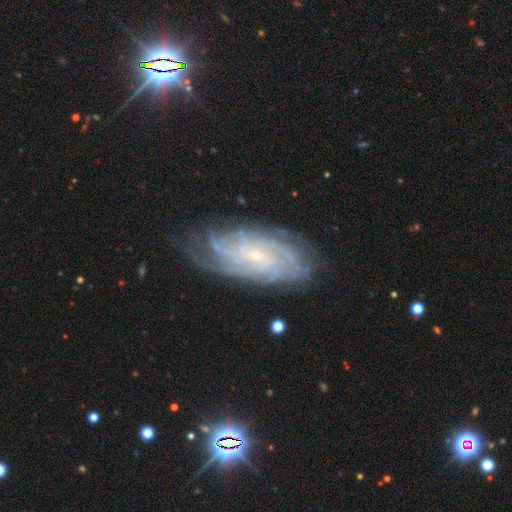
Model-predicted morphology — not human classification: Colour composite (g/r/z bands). It shows a featured or disk galaxy (87%) with no bar (56%), tight (76%) spiral arms (98%) and a small central bulge (82%). Merging: none (78%).